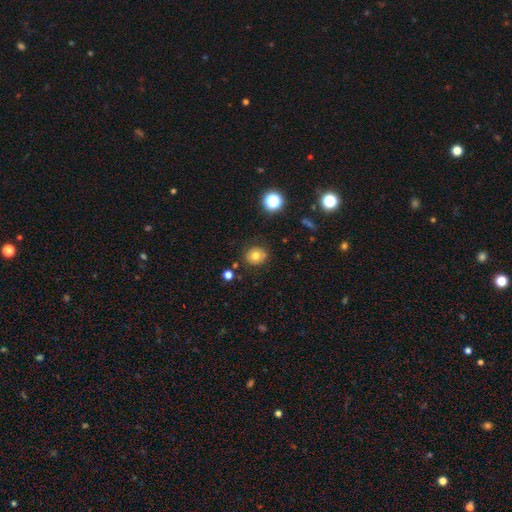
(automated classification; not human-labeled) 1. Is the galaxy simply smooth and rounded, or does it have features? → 72% smooth, 15% featured or disk, 13% star or artifact.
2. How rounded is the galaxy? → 79% round, 20% in between, 1% cigar-shaped.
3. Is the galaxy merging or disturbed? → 83% none, 11% minor disturbance, 3% major disturbance, 3% merger.